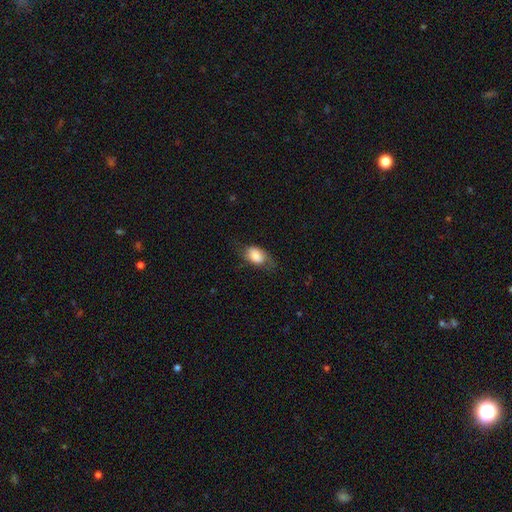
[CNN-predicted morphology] A smooth galaxy with no disk features (75%) that is in between round and cigar-shaped (86%). Merging: none (62%).